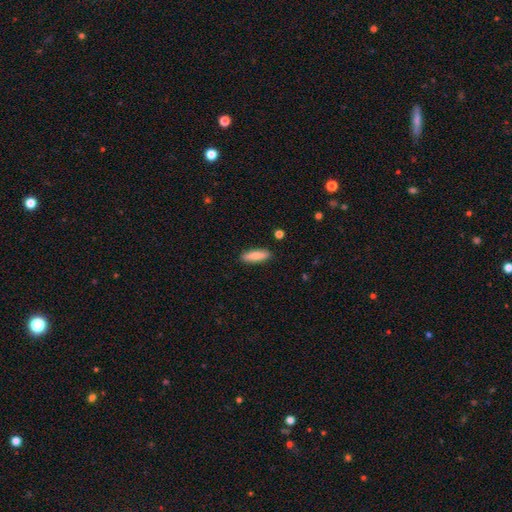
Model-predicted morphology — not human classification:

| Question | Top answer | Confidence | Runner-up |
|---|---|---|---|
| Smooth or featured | smooth | 79% | featured or disk (15%) |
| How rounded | cigar-shaped | 54% | in between (44%) |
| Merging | none | 89% | minor disturbance (8%) |